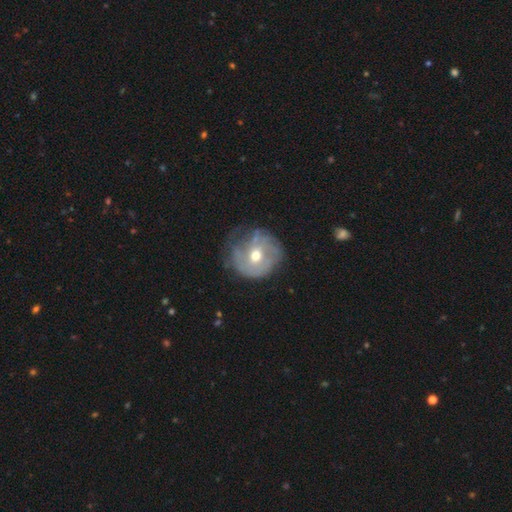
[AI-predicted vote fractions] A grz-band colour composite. It shows a featured or disk galaxy (59%) with no bar (72%), spiral arms (54%) and a moderate central bulge (68%). Merging: none (54%).